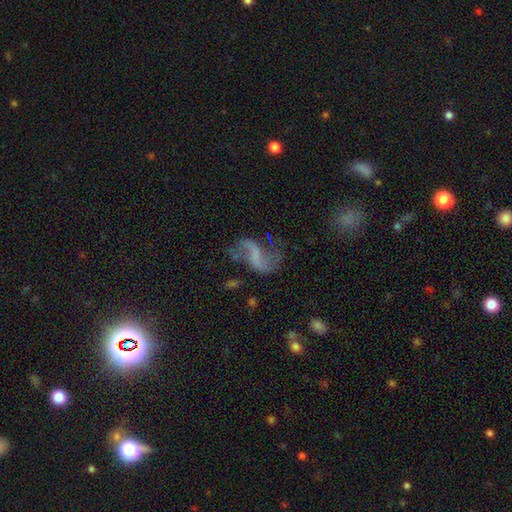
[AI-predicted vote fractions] Smooth or featured?
  - featured or disk: 75% *
  - smooth: 14%
  - star or artifact: 10%
Edge-on disk?
  - no: 97% *
  - yes: 3%
Bar?
  - weak: 39% *
  - no: 38%
  - strong: 23%
Spiral arms?
  - yes: 87% *
  - no: 13%
Spiral winding?
  - loose: 83% *
  - medium: 14%
  - tight: 3%
Spiral arm count?
  - 2: 88% *
  - 1: 5%
  - can't tell: 3%
  - 3: 1%
  - 4: 1%
  - more than 4: 1%
Bulge size?
  - none: 71% *
  - small: 17%
  - moderate: 8%
  - large: 3%
  - dominant: 1%
Merging?
  - none: 52% *
  - major disturbance: 23%
  - minor disturbance: 19%
  - merger: 6%